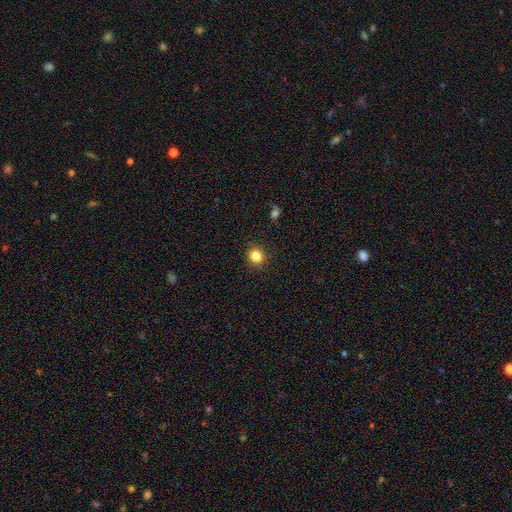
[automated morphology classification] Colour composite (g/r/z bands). It shows a smooth galaxy with no disk features (83%) that is round (88%). Merging: none (89%).